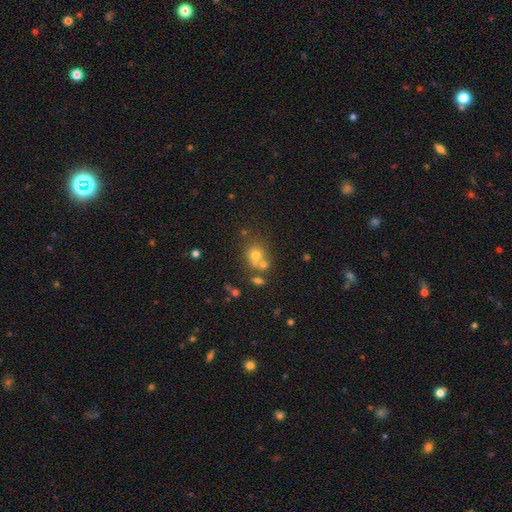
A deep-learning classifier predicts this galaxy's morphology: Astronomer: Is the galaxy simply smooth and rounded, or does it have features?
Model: smooth — 68%.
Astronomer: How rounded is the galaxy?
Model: round — 78%.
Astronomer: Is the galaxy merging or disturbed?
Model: none — 50% (runner-up: merger, 34%).